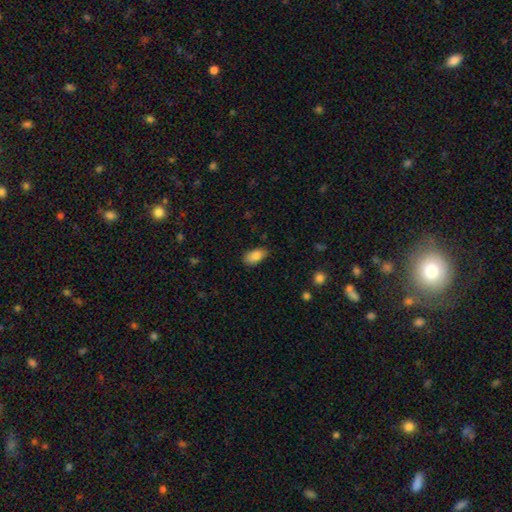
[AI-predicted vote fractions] Smooth or featured? smooth (84%)
How rounded? in between (92%)
Merging? none (78%)